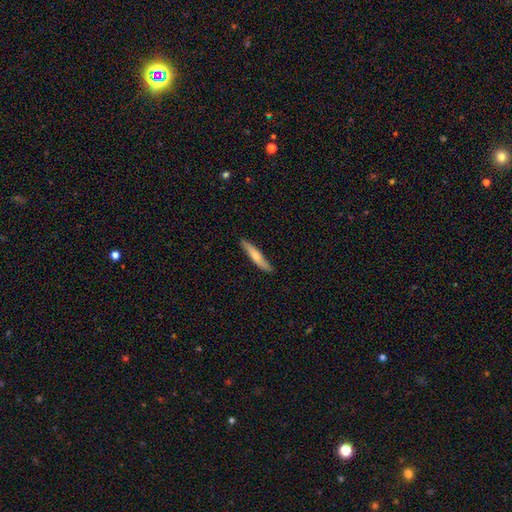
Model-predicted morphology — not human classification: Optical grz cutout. It shows a smooth galaxy with no disk features (63%) that is cigar-shaped (89%). Merging: none (86%).